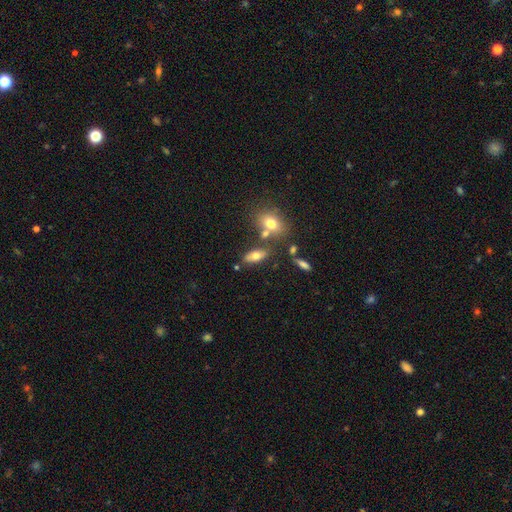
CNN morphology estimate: This appears to be a smooth galaxy with no disk features (66%) that is in between round and cigar-shaped (80%). Merging: none (67%).